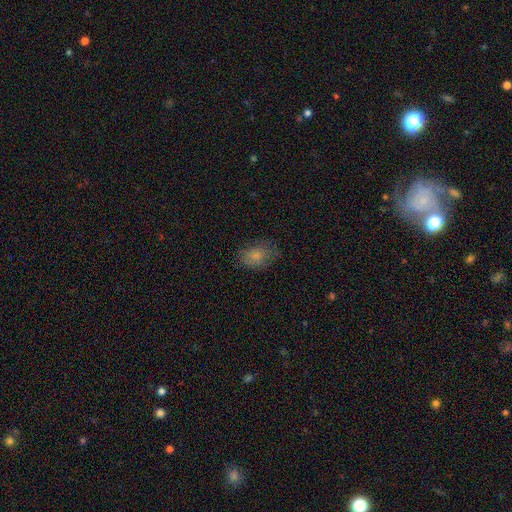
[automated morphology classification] type=smooth (78%); roundness=in between (78%); merging=none (68%).